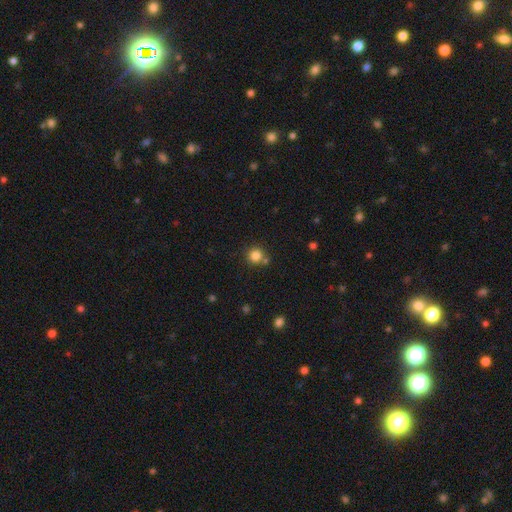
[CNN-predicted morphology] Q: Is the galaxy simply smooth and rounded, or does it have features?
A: smooth — 82%.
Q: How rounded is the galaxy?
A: round — 93%.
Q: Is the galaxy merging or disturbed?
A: none — 72%.